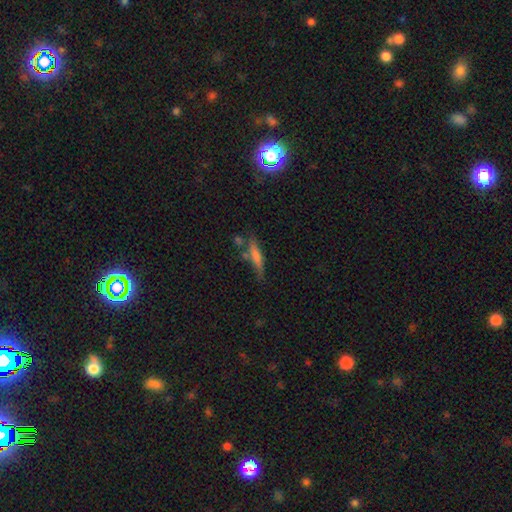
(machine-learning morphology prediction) Smooth or featured? smooth (63%)
How rounded? cigar-shaped (83%)
Merging? none (63%)